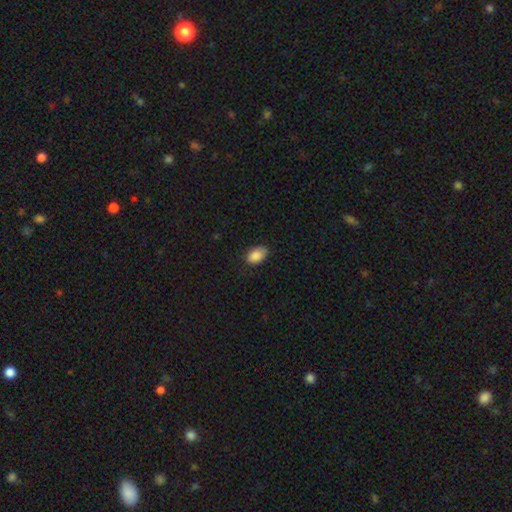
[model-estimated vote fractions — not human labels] The model was most divided on "merging": none: 76%, minor disturbance: 20%, major disturbance: 3%, merger: 1%. More confident: how rounded — in between (88%); smooth or featured — smooth (88%).